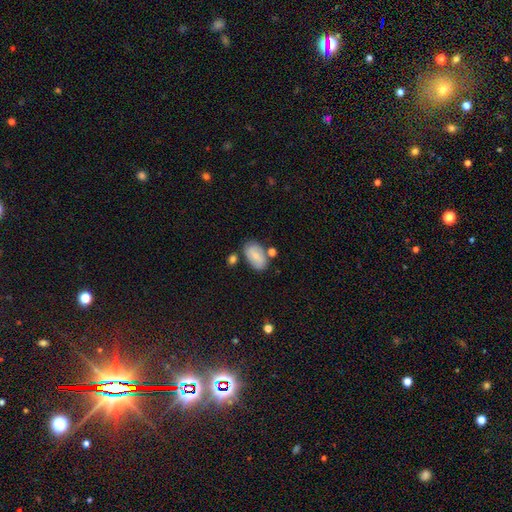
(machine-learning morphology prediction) This appears to be a smooth galaxy with no disk features (71%) that is in between round and cigar-shaped (92%). Merging: none (65%).